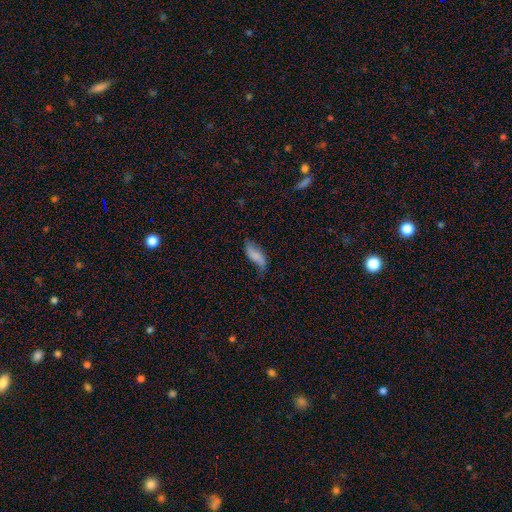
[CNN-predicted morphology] This is possibly a smooth galaxy (58%). How rounded: likely in between (77%). Merging: marginally none (43%).